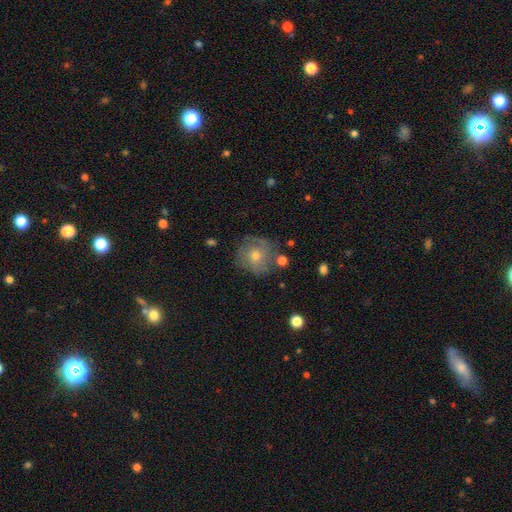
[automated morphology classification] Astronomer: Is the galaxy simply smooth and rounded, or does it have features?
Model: featured or disk — 50% (runner-up: smooth, 37%).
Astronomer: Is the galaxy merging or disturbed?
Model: none — 73%.